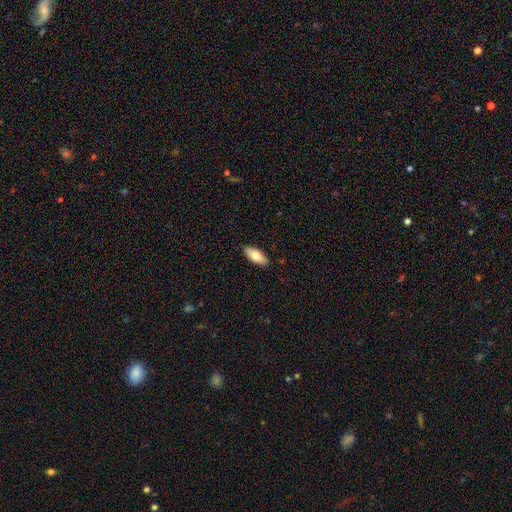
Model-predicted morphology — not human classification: Smooth or featured? Predicted: smooth (p=0.76). How rounded? Predicted: in between (p=0.80). Merging? Predicted: none (p=0.89).